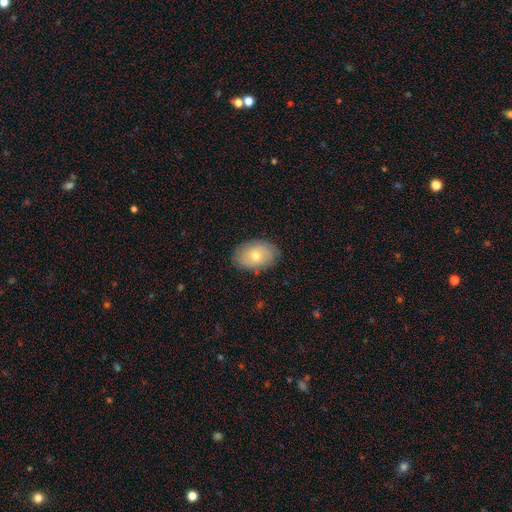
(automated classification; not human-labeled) A smooth galaxy with no disk features (68%) that is in between round and cigar-shaped (85%). Merging: none (83%).